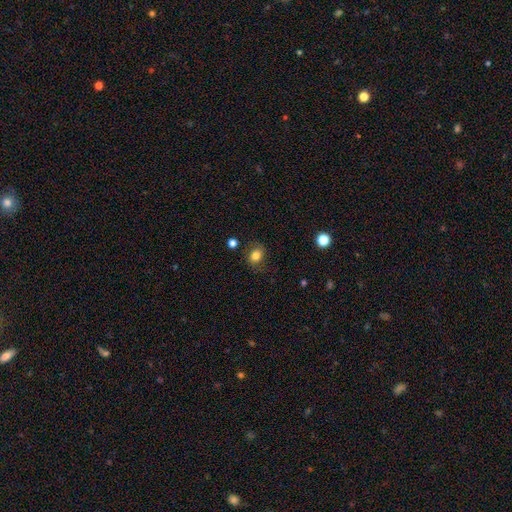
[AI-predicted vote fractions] smooth-or-featured: smooth: 78% | star or artifact: 11% | featured or disk: 11%
  how-rounded: round: 52% | in between: 47% | cigar-shaped: 1%
  merging: none: 76% | minor disturbance: 16% | major disturbance: 5% | merger: 2%